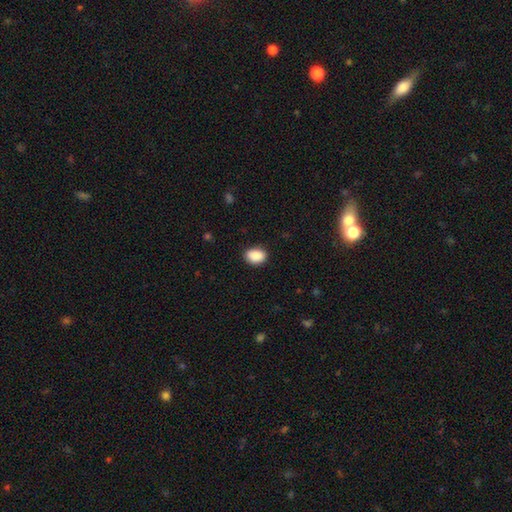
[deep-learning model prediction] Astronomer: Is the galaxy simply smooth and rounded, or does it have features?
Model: smooth — 90%.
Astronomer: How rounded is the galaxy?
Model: in between — 79%.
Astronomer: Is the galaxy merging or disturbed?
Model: none — 87%.